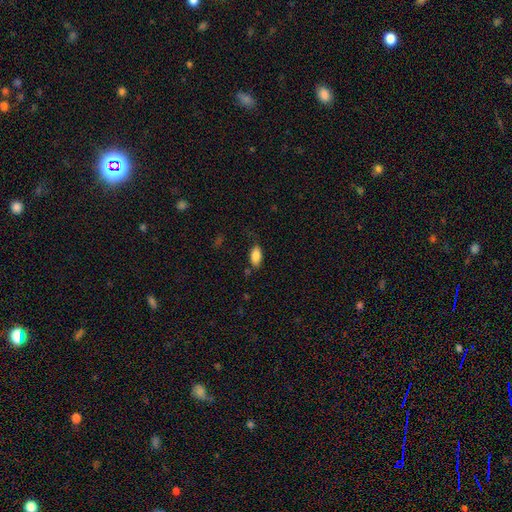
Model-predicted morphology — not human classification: Overall: smooth (86%). How rounded: in between (92%). Merging: none (71%).